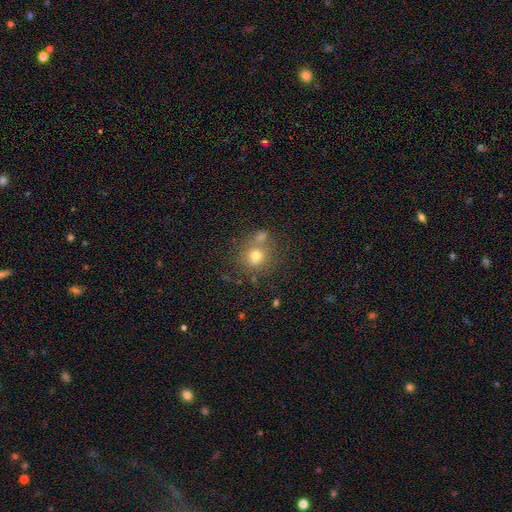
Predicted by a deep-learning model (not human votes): This appears to be a smooth galaxy with no disk features (72%) that is round (84%). Merging: none (57%).